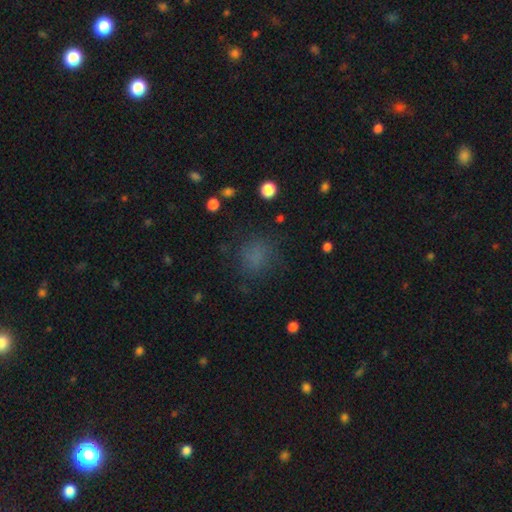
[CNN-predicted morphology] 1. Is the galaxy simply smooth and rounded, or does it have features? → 71% smooth, 19% star or artifact, 9% featured or disk.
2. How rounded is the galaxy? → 75% round, 24% in between, 1% cigar-shaped.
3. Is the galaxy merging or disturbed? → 73% none, 15% minor disturbance, 10% major disturbance, 2% merger.